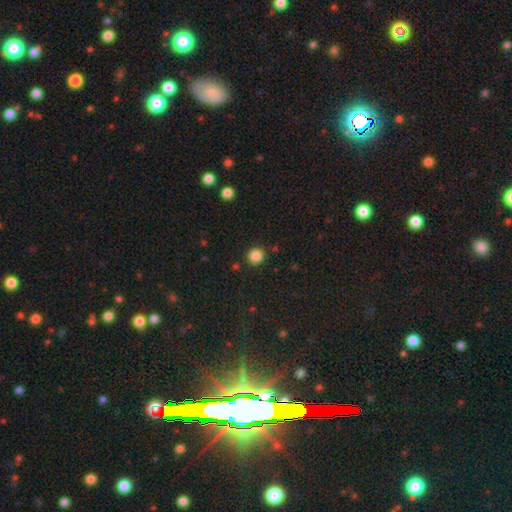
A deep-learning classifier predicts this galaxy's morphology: Smooth or featured? smooth (85%)
How rounded? round (86%)
Merging? none (87%)